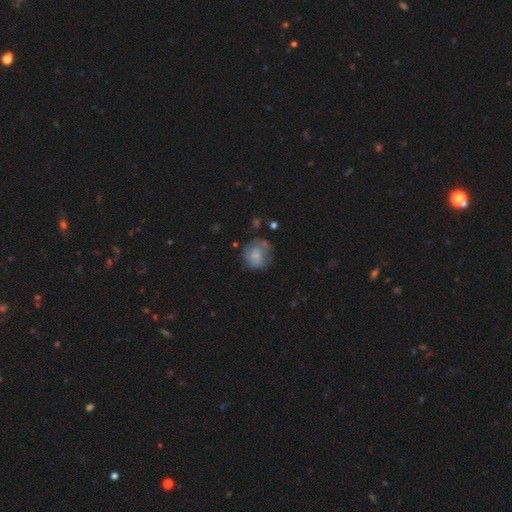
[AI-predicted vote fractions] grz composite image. It shows a smooth galaxy with no disk features (62%) that is round (75%). Merging: none (46%).